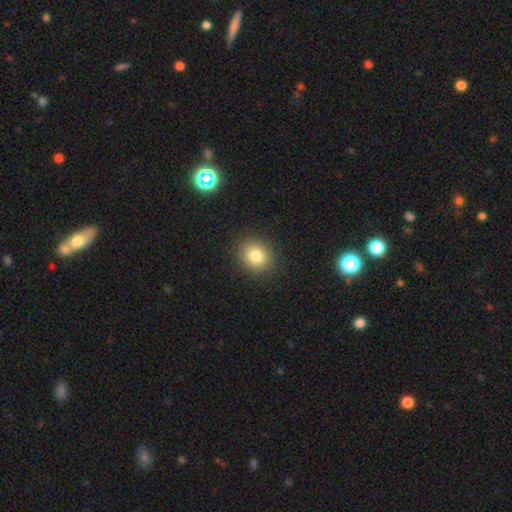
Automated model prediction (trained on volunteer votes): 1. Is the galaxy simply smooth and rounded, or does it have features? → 82% smooth, 11% star or artifact, 8% featured or disk.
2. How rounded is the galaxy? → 67% round, 32% in between, 1% cigar-shaped.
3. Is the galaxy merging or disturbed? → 89% none, 7% minor disturbance, 2% major disturbance, 1% merger.